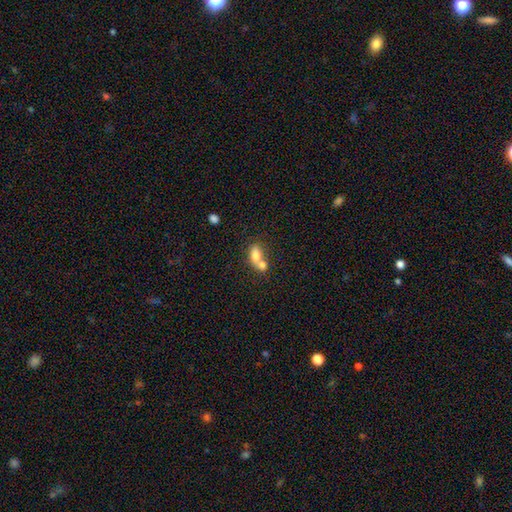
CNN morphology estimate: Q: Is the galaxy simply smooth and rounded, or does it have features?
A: smooth — 75%.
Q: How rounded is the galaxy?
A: in between — 77%.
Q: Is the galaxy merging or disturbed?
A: merger — 68%.